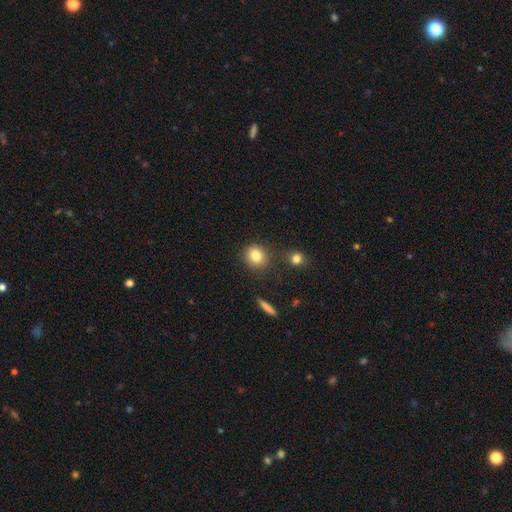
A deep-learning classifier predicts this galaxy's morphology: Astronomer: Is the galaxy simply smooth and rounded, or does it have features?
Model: smooth — 82%.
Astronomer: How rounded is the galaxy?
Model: round — 84%.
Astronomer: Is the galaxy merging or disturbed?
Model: none — 83%.